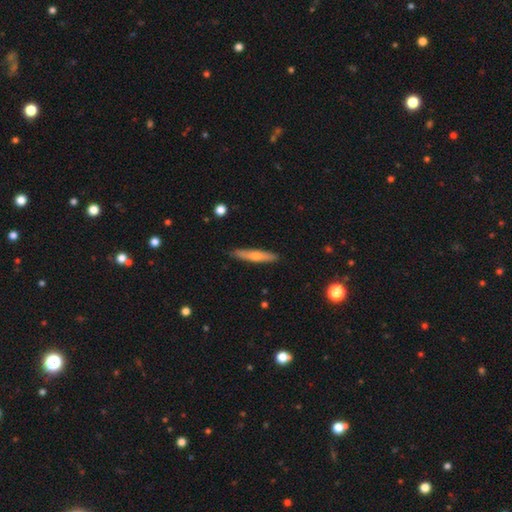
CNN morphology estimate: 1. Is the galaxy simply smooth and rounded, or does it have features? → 47% featured or disk, 46% smooth, 6% star or artifact.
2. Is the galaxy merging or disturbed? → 90% none, 8% minor disturbance, 1% major disturbance, 1% merger.